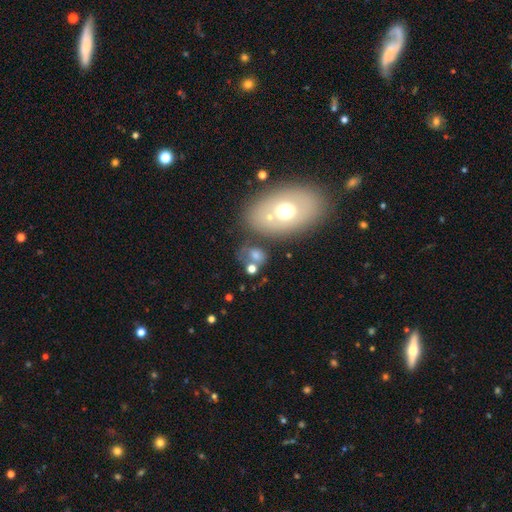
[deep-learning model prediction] This is likely a smooth galaxy (61%). How rounded: possibly round (49%, tied with in between). Merging: possibly none (50%).